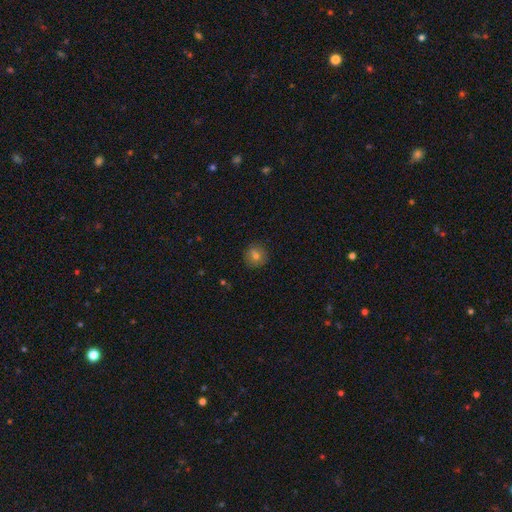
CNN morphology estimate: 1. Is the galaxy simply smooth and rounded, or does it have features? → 72% smooth, 15% featured or disk, 13% star or artifact.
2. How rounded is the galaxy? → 87% round, 12% in between, 1% cigar-shaped.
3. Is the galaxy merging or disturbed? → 86% none, 10% minor disturbance, 3% major disturbance, 2% merger.